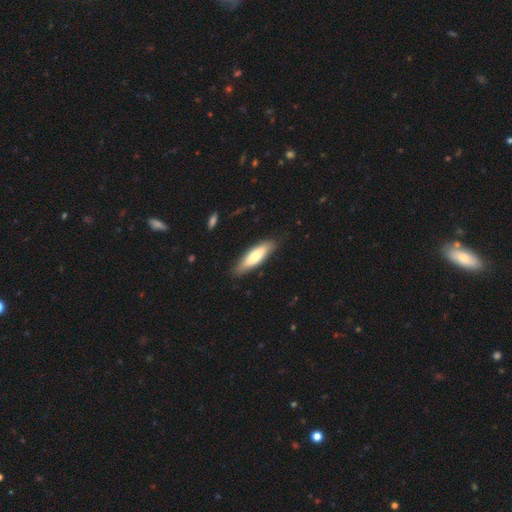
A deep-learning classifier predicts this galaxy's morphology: Smooth or featured: smooth — 67% (featured or disk — 27%)
How rounded: cigar-shaped — 57% (in between — 41%)
Merging: none — 85% (minor disturbance — 12%)